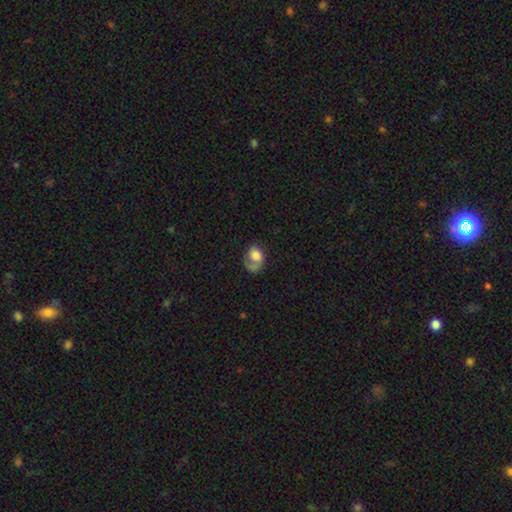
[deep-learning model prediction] Morphology: type=smooth (60%); roundness=in between (61%); merging=major disturbance (38%).